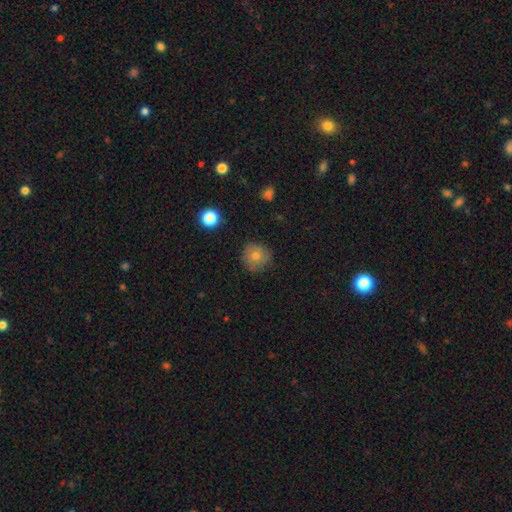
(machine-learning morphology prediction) This is likely a smooth galaxy (69%). How rounded: clearly round (92%). Merging: clearly none (81%).